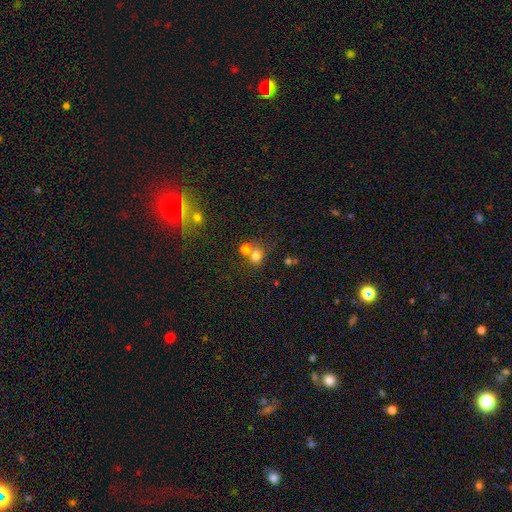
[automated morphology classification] Smooth or featured? Predicted: smooth (p=0.75). How rounded? Predicted: round (p=0.71). Merging? Predicted: merger (p=0.47).